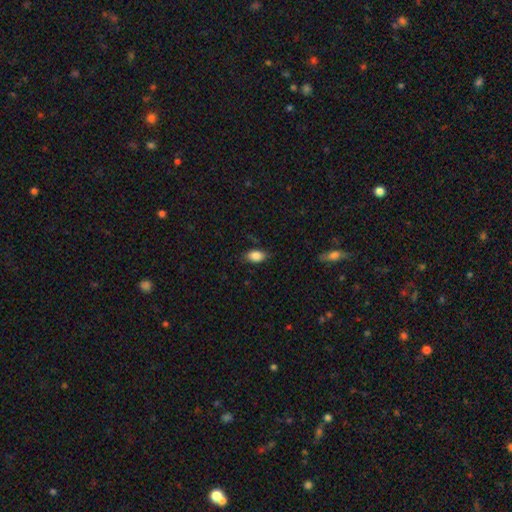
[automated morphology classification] type=smooth (86%); roundness=in between (89%); merging=none (79%).